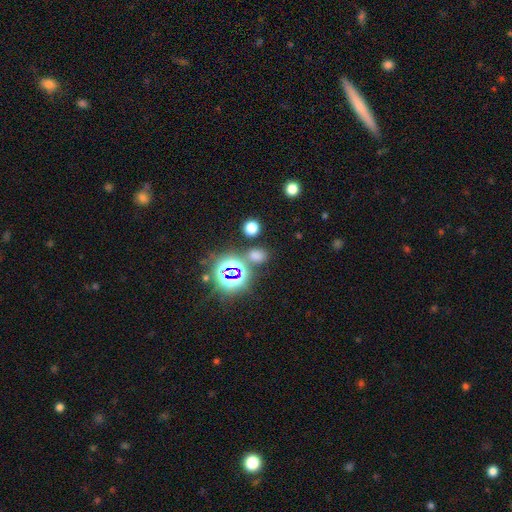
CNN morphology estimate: smooth 56%, star or artifact 38%, featured or disk 6%. Down the decision tree: how rounded — round (51%); merging — none (74%).